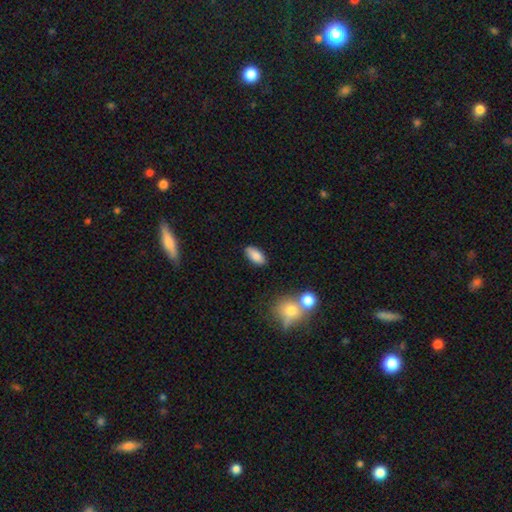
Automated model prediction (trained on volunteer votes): The model was most divided on "merging": none: 85%, minor disturbance: 11%, merger: 2%, major disturbance: 2%. More confident: how rounded — in between (89%); smooth or featured — smooth (84%).